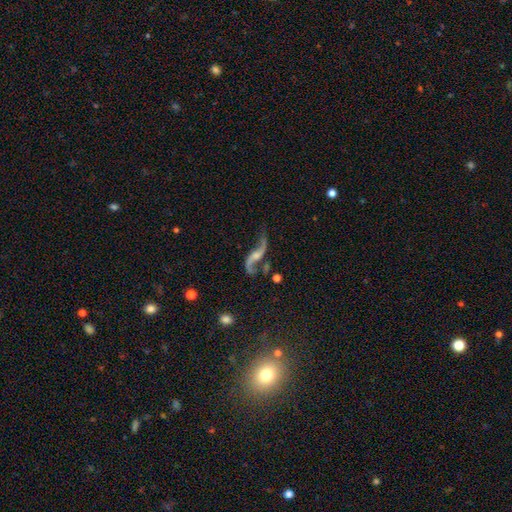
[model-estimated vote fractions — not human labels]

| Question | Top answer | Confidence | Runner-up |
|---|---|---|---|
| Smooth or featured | featured or disk | 88% | star or artifact (6%) |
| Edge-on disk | no | 93% | yes (7%) |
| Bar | no | 52% | weak (33%) |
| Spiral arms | yes | 95% | no (5%) |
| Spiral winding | loose | 92% | medium (6%) |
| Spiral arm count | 2 | 93% | 1 (3%) |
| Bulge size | small | 44% | moderate (32%) |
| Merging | none | 62% | minor disturbance (18%) |